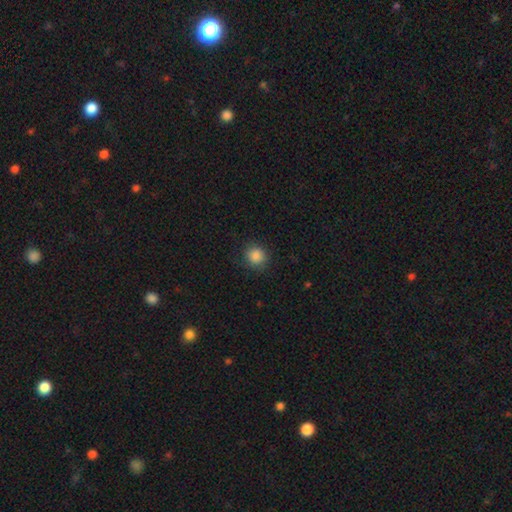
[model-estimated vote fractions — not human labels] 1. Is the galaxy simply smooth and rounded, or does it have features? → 87% smooth, 10% star or artifact, 3% featured or disk.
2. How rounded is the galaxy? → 88% round, 11% in between, 1% cigar-shaped.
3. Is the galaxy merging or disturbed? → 86% none, 10% minor disturbance, 3% major disturbance, 1% merger.